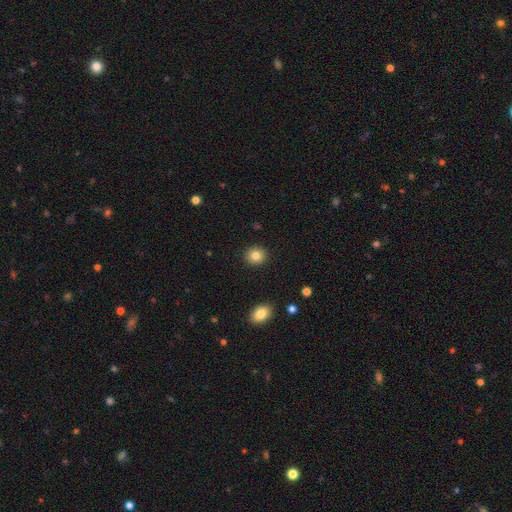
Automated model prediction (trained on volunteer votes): This appears to be a smooth galaxy with no disk features (83%) that is round (82%). Merging: none (91%).